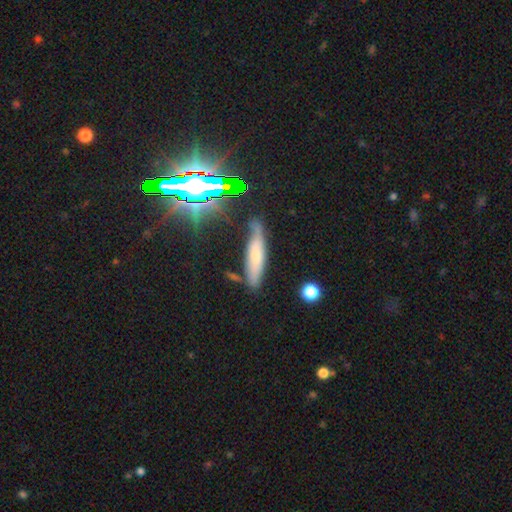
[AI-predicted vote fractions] This is possibly a smooth galaxy (54%). How rounded: likely cigar-shaped (79%). Merging: likely none (69%).